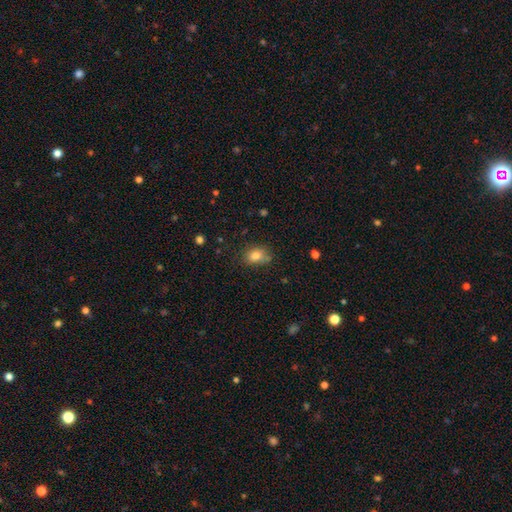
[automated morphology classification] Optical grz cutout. It shows a smooth galaxy with no disk features (81%) that is in between round and cigar-shaped (67%). Merging: none (69%).